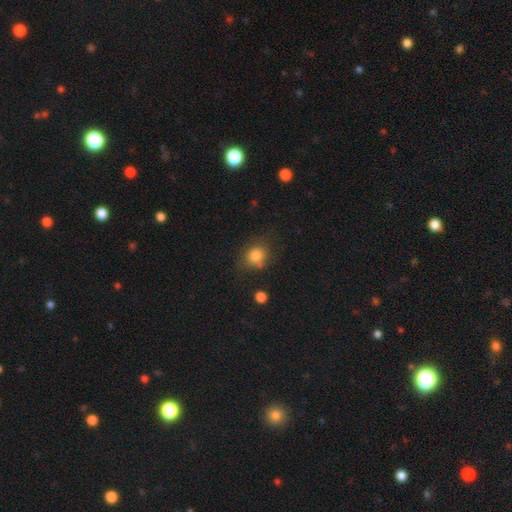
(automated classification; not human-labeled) A smooth galaxy with no disk features (81%) that is round (66%). Merging: none (67%).